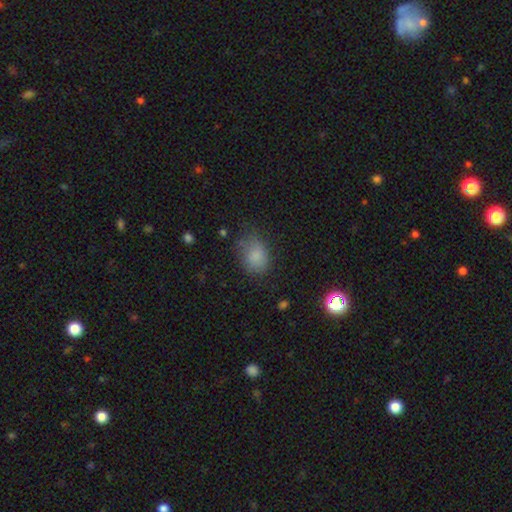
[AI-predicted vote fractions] Q: Smooth or featured?
A: smooth (81%); runner-up: star or artifact (11%)
Q: How rounded?
A: in between (58%); runner-up: round (41%)
Q: Merging?
A: none (61%); runner-up: minor disturbance (27%)